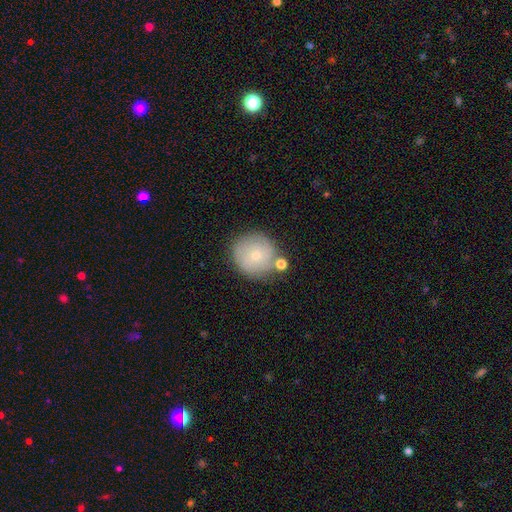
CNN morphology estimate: type=smooth (56%); roundness=round (91%); merging=none (69%).